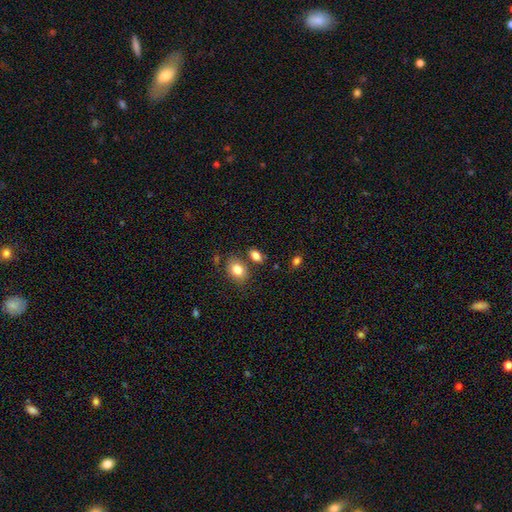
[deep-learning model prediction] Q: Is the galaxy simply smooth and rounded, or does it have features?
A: smooth — 83%.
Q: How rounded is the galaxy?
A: in between — 82%.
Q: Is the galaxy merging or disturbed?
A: none — 71%.